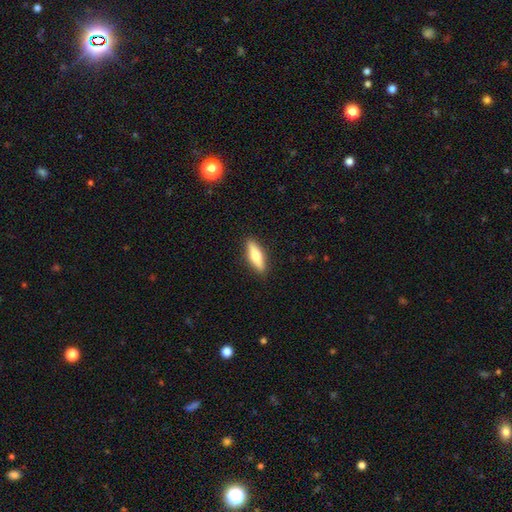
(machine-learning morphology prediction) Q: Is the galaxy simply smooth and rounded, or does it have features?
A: smooth — 60%.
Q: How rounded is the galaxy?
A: cigar-shaped — 62%.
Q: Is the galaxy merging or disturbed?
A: none — 90%.